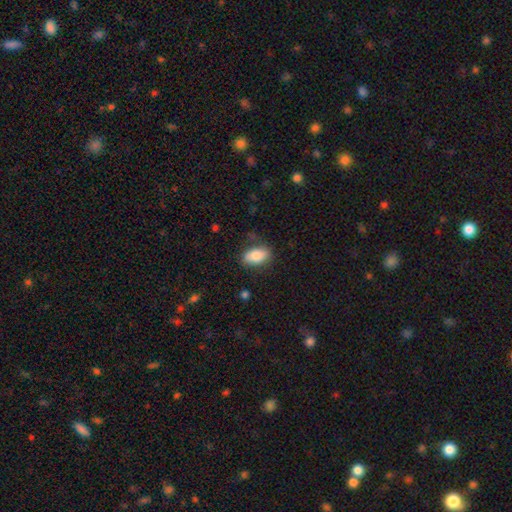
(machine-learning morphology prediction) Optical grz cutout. It shows a smooth galaxy with no disk features (83%) that is in between round and cigar-shaped (91%). Merging: none (76%).